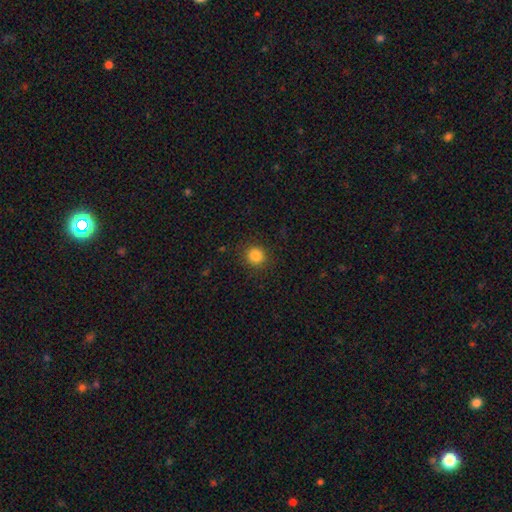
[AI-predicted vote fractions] The model was most divided on "smooth or featured": smooth: 83%, star or artifact: 12%, featured or disk: 5%. More confident: how rounded — round (91%); merging — none (90%).